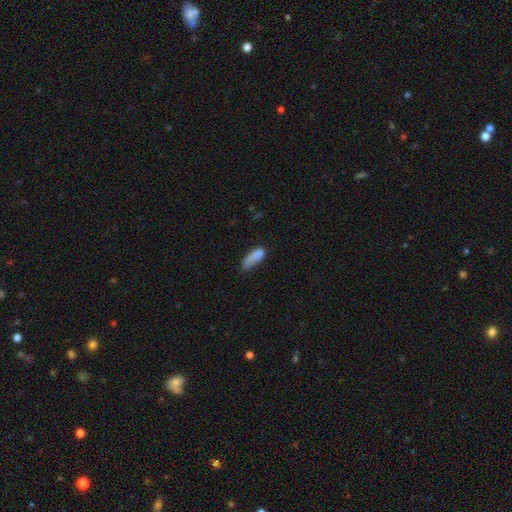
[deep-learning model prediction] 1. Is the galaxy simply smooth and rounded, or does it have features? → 78% smooth, 13% featured or disk, 9% star or artifact.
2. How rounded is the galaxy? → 68% in between, 29% cigar-shaped, 3% round.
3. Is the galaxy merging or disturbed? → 40% none, 31% minor disturbance, 20% major disturbance, 9% merger.